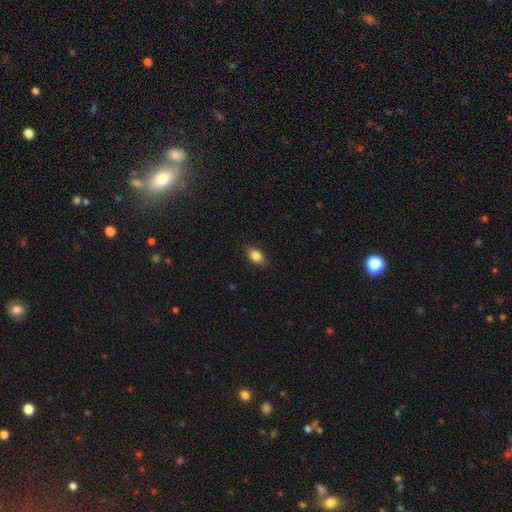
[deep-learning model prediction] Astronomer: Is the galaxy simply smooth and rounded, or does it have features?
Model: smooth — 85%.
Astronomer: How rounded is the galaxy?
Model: in between — 85%.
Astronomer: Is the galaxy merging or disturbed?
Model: none — 84%.